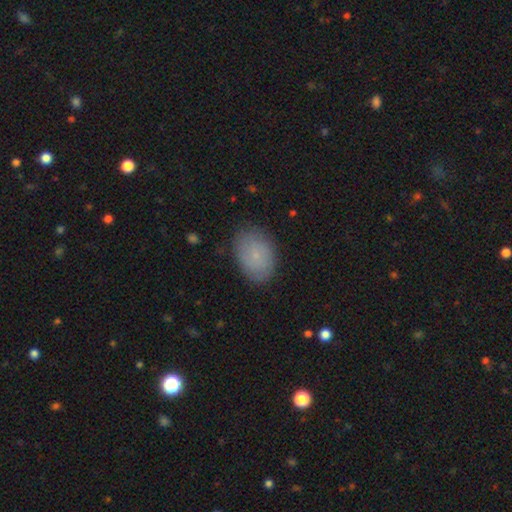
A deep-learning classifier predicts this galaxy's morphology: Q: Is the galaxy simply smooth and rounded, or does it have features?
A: smooth — 68%.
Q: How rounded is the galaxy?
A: in between — 84%.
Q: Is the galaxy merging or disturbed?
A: none — 82%.